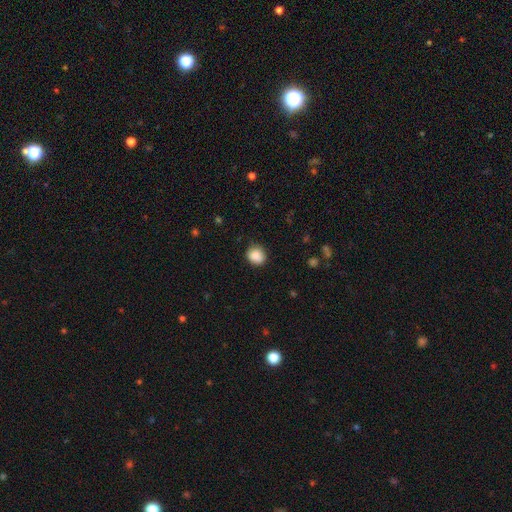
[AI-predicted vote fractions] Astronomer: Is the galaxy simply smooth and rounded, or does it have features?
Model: smooth — 87%.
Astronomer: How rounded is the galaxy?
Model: round — 75%.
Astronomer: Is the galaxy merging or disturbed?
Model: none — 78%.